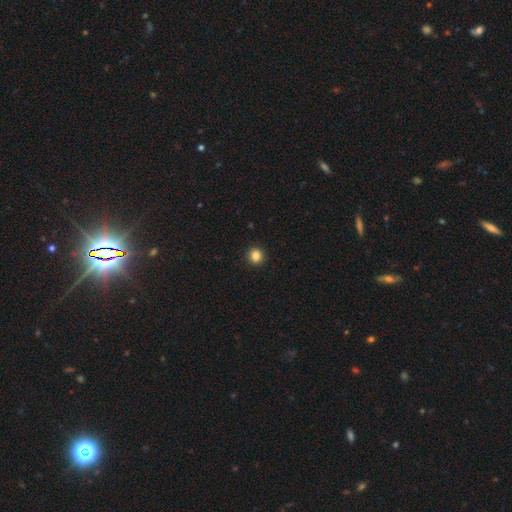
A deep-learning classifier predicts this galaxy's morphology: Q: Smooth or featured?
A: smooth (85%); runner-up: star or artifact (11%)
Q: How rounded?
A: round (92%); runner-up: in between (7%)
Q: Merging?
A: none (93%); runner-up: minor disturbance (4%)